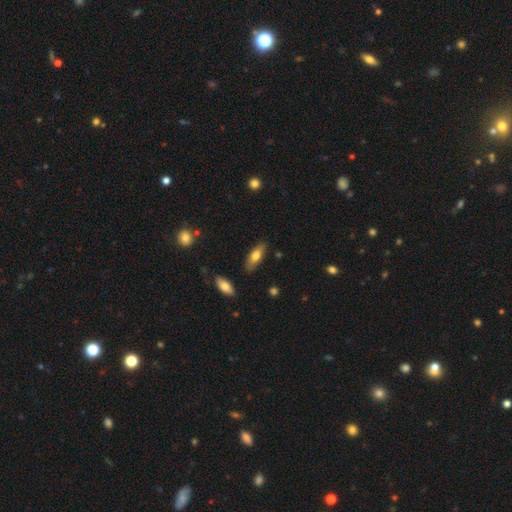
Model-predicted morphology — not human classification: A smooth galaxy with no disk features (71%) that is in between round and cigar-shaped (68%). Merging: none (81%).